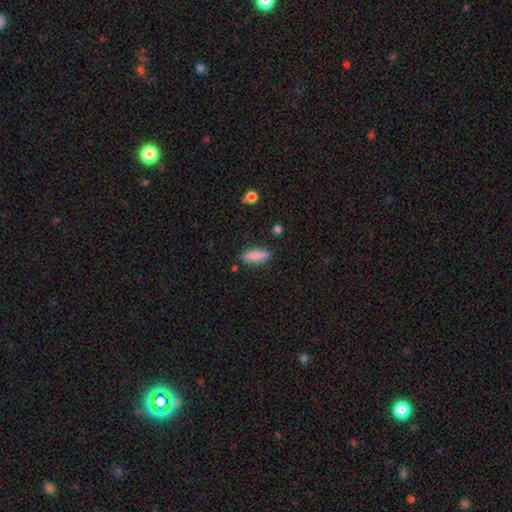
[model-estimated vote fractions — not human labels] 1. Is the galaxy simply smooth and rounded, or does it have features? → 80% smooth, 13% featured or disk, 7% star or artifact.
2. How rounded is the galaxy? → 54% cigar-shaped, 43% in between, 2% round.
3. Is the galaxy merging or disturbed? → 82% none, 13% minor disturbance, 3% major disturbance, 2% merger.